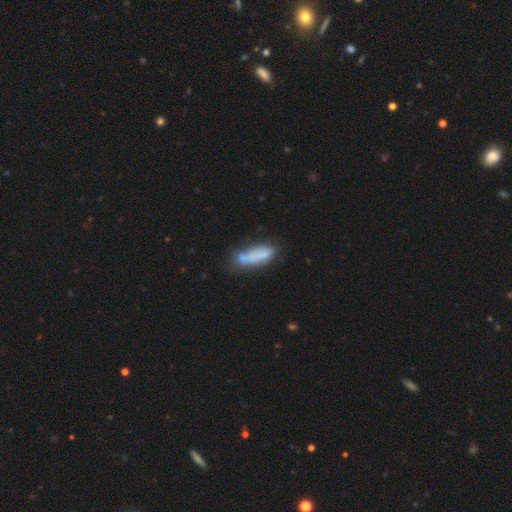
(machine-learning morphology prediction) Overall: smooth (68%). How rounded: cigar-shaped (52%; in between 46%). Merging: none (43%; minor disturbance 25%).